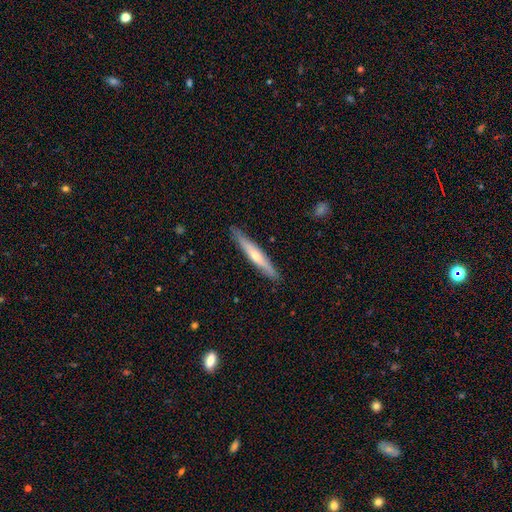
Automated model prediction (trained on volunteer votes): Overall: featured or disk (54%; smooth 41%). Edge-on disk: yes (92%). Merging: none (88%).